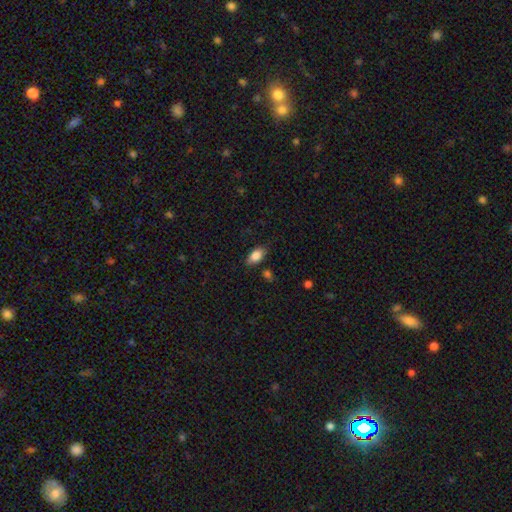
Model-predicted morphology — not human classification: Smooth or featured: smooth — 85% (star or artifact — 8%)
How rounded: in between — 90% (round — 5%)
Merging: none — 77% (minor disturbance — 16%)